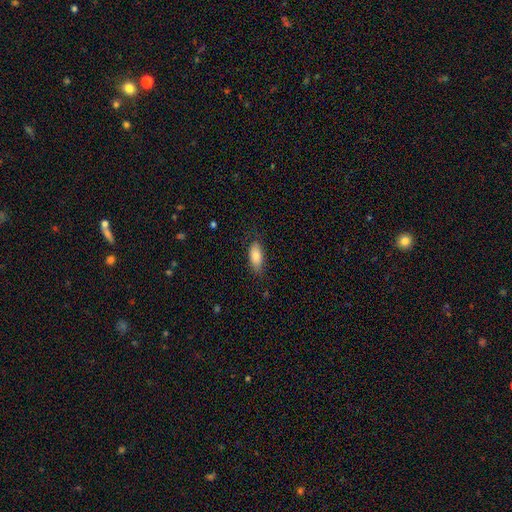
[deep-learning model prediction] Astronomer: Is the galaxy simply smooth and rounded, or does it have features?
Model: smooth — 81%.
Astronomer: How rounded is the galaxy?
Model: in between — 86%.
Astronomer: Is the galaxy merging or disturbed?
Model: none — 78%.